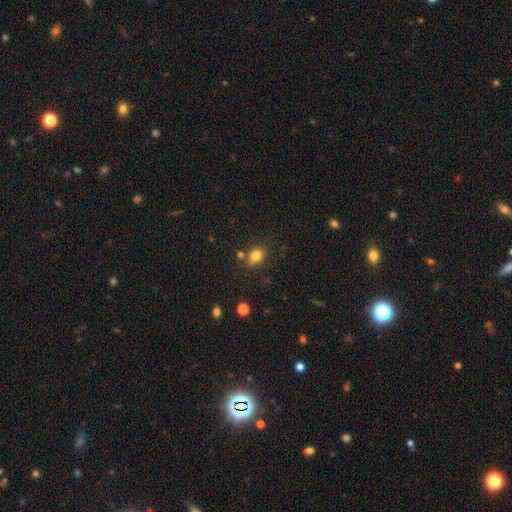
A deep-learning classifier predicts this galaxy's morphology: The model was most divided on "how rounded": in between: 60%, round: 39%, cigar-shaped: 1%. More confident: smooth or featured — smooth (81%); merging — none (71%).